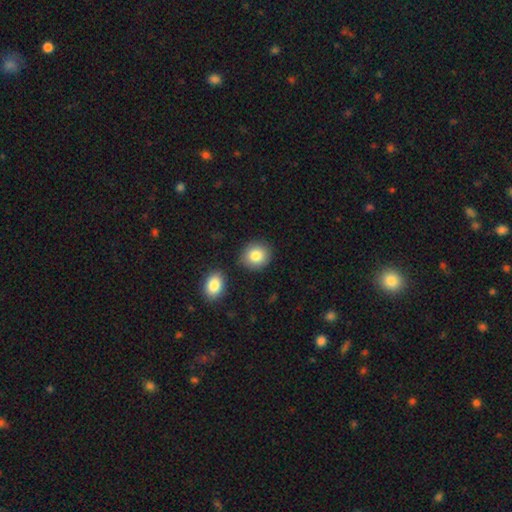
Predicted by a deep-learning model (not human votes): Smooth or featured? smooth (83%)
How rounded? round (81%)
Merging? none (83%)